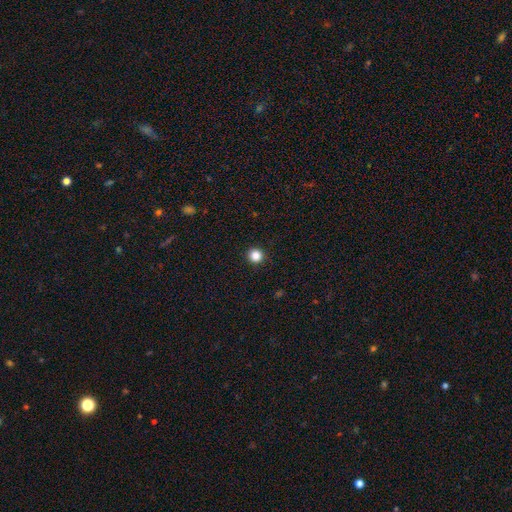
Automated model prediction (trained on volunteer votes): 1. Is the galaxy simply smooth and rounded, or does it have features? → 85% smooth, 11% star or artifact, 3% featured or disk.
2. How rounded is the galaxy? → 95% round, 4% in between, 1% cigar-shaped.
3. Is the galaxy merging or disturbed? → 93% none, 4% minor disturbance, 2% major disturbance, 1% merger.